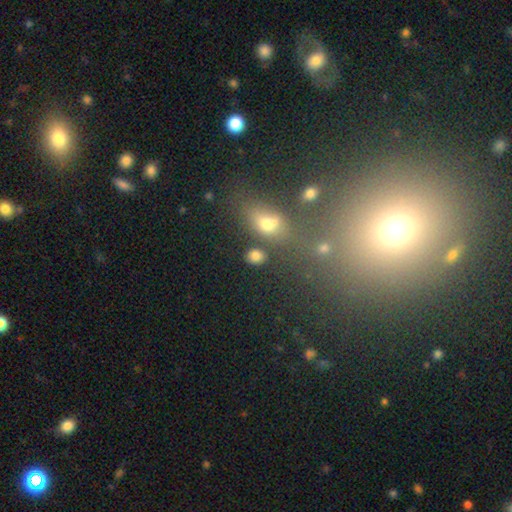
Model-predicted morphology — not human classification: A smooth galaxy with no disk features (79%) that is in between round and cigar-shaped (51%).

Vote fractions:
- Smooth or featured? smooth: 79% / star or artifact: 13% / featured or disk: 8%
- How rounded? in between: 51% / round: 47% / cigar-shaped: 2%
- Merging? none: 77% / minor disturbance: 10% / merger: 9% / major disturbance: 4%